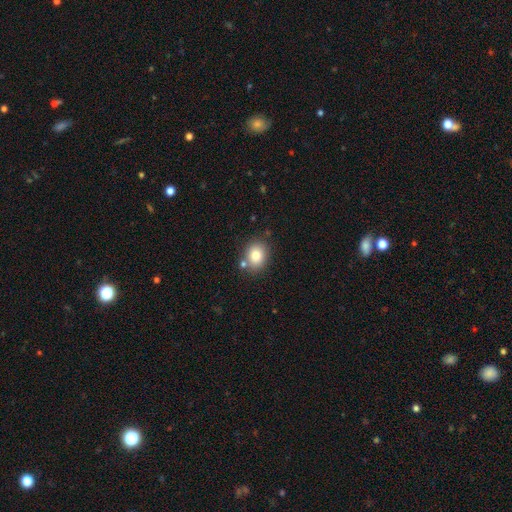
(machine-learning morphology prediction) smooth_or_featured: smooth (p=0.81) [alt: star or artifact p=0.10]
how_rounded: round (p=0.57) [alt: in between p=0.42]
merging: none (p=0.76) [alt: minor disturbance p=0.11]